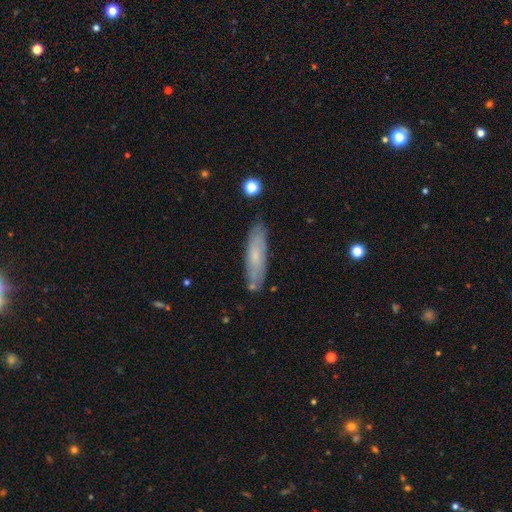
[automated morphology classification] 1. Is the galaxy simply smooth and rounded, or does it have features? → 51% smooth, 42% featured or disk, 7% star or artifact.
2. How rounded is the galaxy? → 70% cigar-shaped, 29% in between, 2% round.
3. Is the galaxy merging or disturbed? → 81% none, 14% minor disturbance, 2% merger, 2% major disturbance.